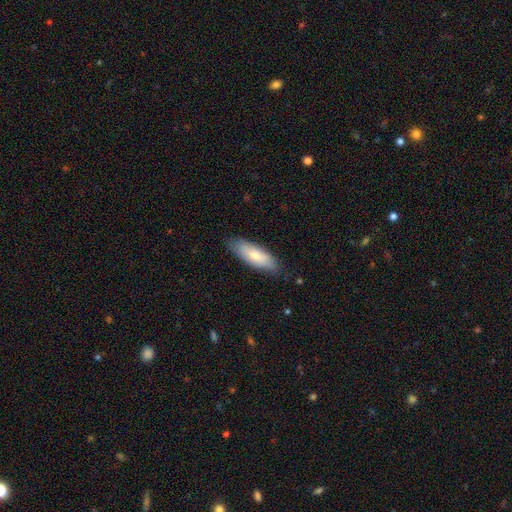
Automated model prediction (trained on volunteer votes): This appears to be a smooth galaxy with no disk features (72%) that is in between round and cigar-shaped (64%). Merging: none (80%).